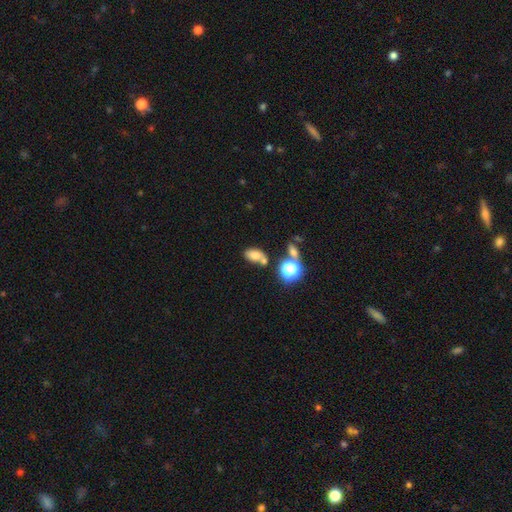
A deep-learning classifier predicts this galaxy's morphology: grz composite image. It shows a smooth galaxy with no disk features (72%) that is in between round and cigar-shaped (81%). Merging: none (51%).